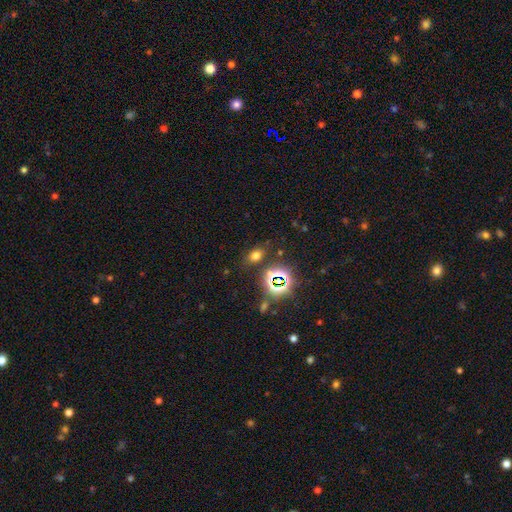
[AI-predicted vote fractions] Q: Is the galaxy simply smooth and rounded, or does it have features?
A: smooth — 61%.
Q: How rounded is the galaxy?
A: in between — 73%.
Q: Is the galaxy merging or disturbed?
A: none — 79%.